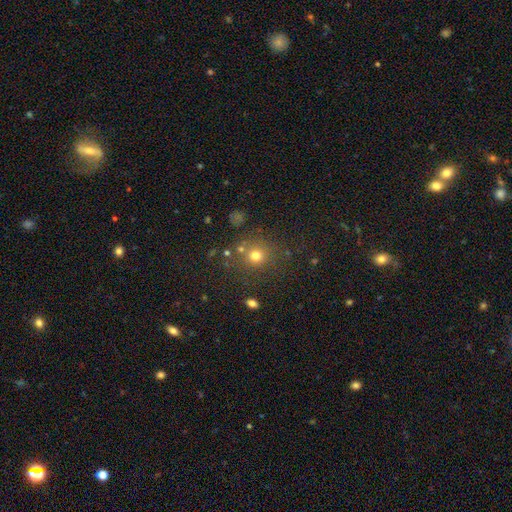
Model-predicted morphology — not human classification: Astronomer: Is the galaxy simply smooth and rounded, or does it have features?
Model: smooth — 72%.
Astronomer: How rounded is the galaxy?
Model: round — 87%.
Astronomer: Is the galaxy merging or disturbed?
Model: none — 75%.